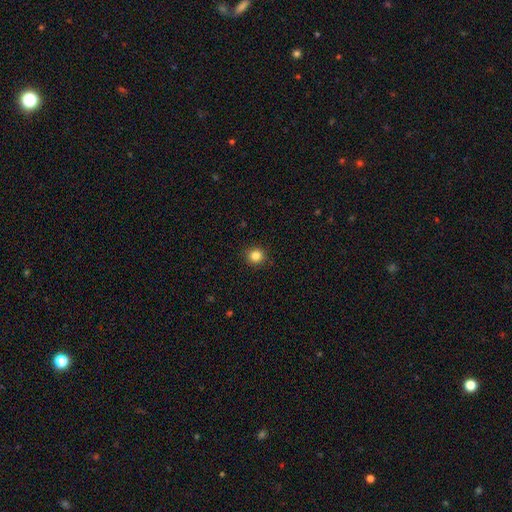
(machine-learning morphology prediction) Q: Smooth or featured?
A: smooth (84%); runner-up: star or artifact (12%)
Q: How rounded?
A: round (93%); runner-up: in between (7%)
Q: Merging?
A: none (91%); runner-up: minor disturbance (6%)